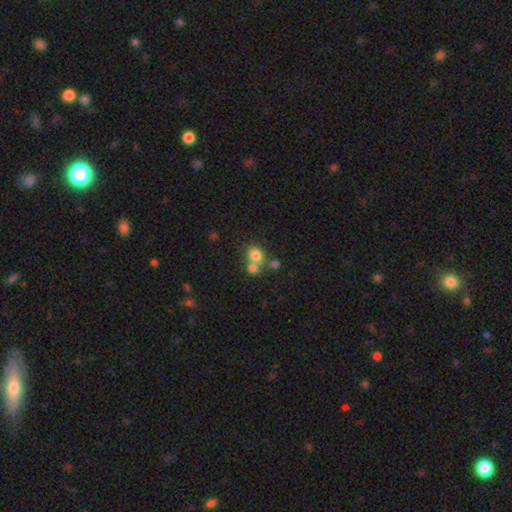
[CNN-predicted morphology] smooth 77%, star or artifact 12%, featured or disk 10%. Down the decision tree: how rounded — round (76%); merging — none (45%).